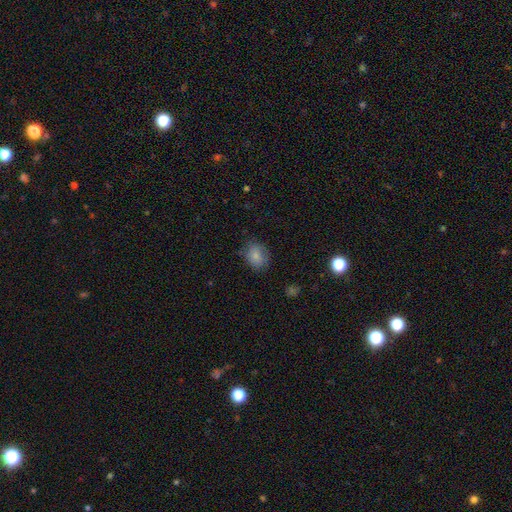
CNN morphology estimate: type=smooth (82%); roundness=round (53%); merging=none (76%).